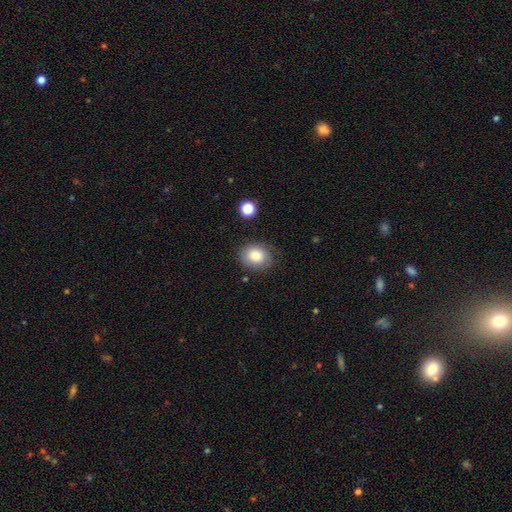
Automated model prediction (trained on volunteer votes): This appears to be a smooth galaxy with no disk features (83%) that is round (54%). Merging: none (79%).